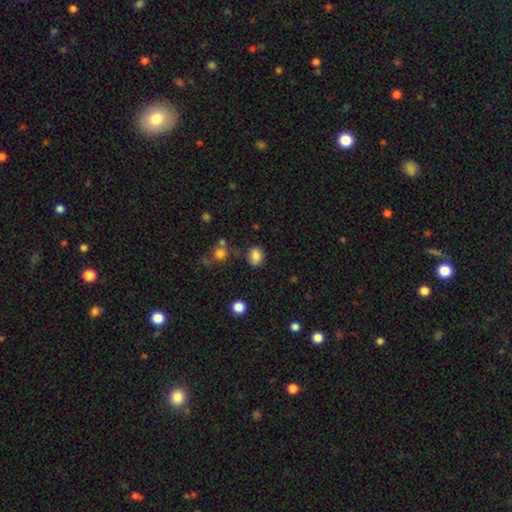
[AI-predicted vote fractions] smooth 82%, star or artifact 11%, featured or disk 7%. Down the decision tree: how rounded — in between (50%); merging — none (74%).